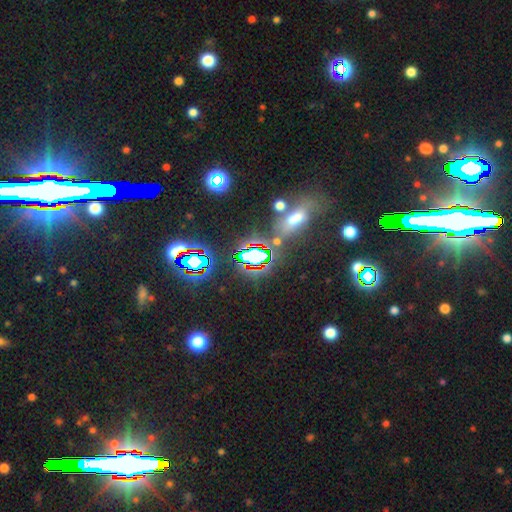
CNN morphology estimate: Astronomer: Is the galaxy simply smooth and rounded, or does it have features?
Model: star or artifact — 66%.